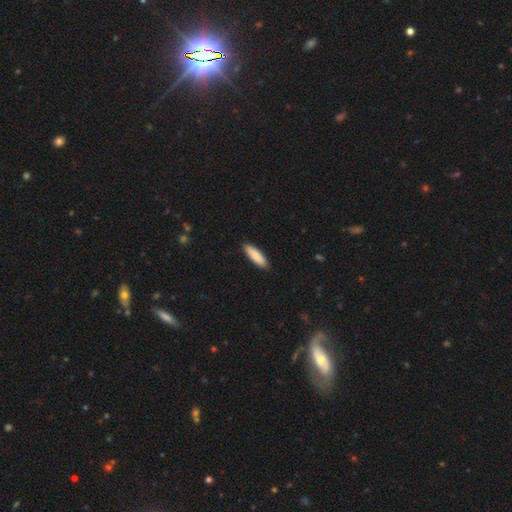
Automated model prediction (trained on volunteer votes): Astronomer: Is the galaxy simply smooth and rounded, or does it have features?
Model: smooth — 87%.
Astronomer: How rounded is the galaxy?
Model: cigar-shaped — 56% (runner-up: in between, 43%).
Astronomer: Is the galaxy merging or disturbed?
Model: none — 89%.